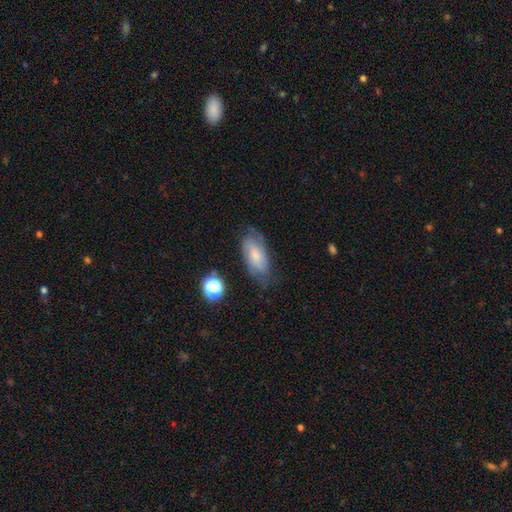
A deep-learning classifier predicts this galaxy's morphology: Smooth or featured?
  - smooth: 58% *
  - featured or disk: 33%
  - star or artifact: 9%
How rounded?
  - in between: 85% *
  - cigar-shaped: 11%
  - round: 4%
Merging?
  - none: 65% *
  - minor disturbance: 24%
  - major disturbance: 9%
  - merger: 2%